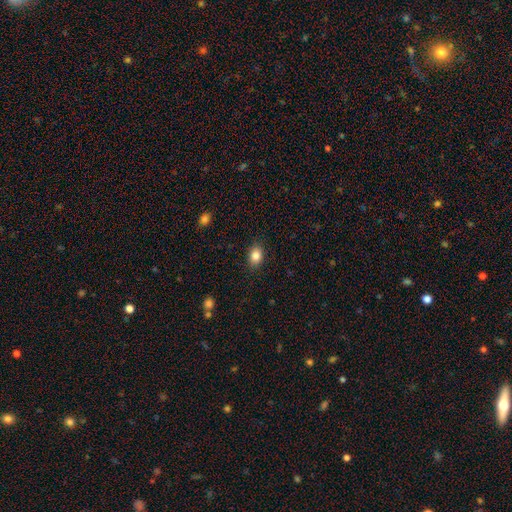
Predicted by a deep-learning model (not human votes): smooth_or_featured: smooth (p=0.85) [alt: star or artifact p=0.09]
how_rounded: in between (p=0.65) [alt: round p=0.34]
merging: none (p=0.87) [alt: minor disturbance p=0.10]